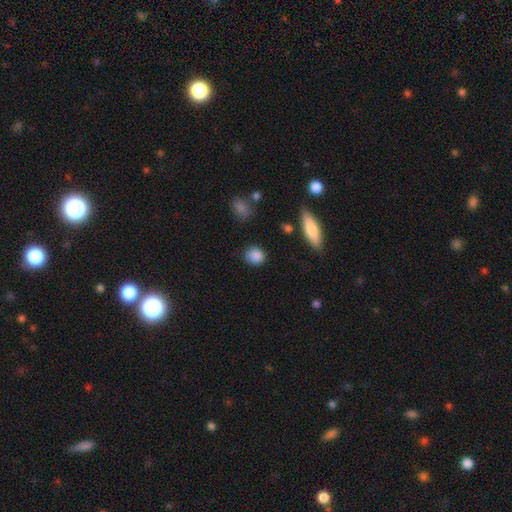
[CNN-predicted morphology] Q: Smooth or featured?
A: smooth (86%); runner-up: star or artifact (9%)
Q: How rounded?
A: round (73%); runner-up: in between (25%)
Q: Merging?
A: none (76%); runner-up: minor disturbance (17%)